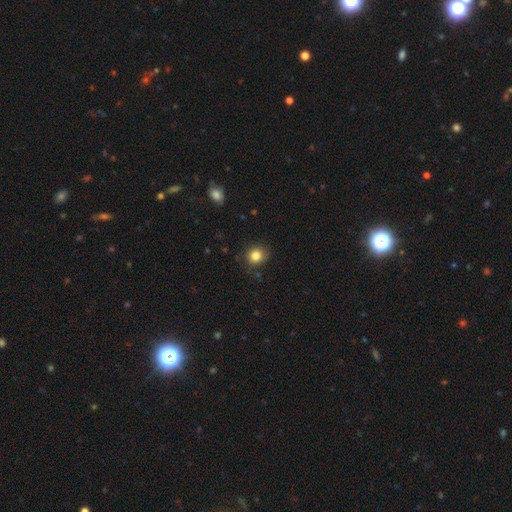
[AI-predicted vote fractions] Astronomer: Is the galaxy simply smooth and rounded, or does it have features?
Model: smooth — 84%.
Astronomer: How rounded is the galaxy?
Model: round — 83%.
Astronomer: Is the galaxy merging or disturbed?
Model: none — 86%.